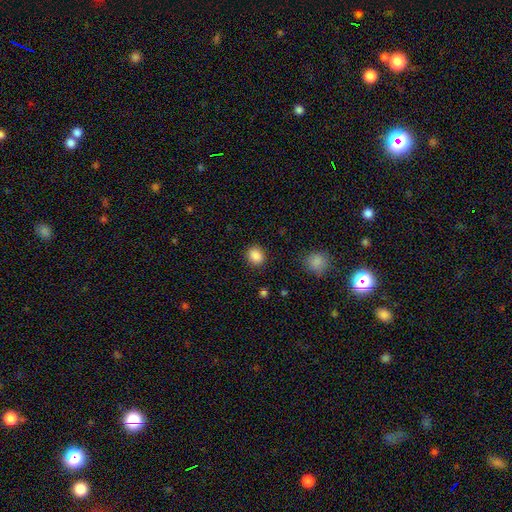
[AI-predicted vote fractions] Smooth or featured: smooth — 87% (star or artifact — 10%)
How rounded: round — 69% (in between — 30%)
Merging: none — 88% (minor disturbance — 8%)